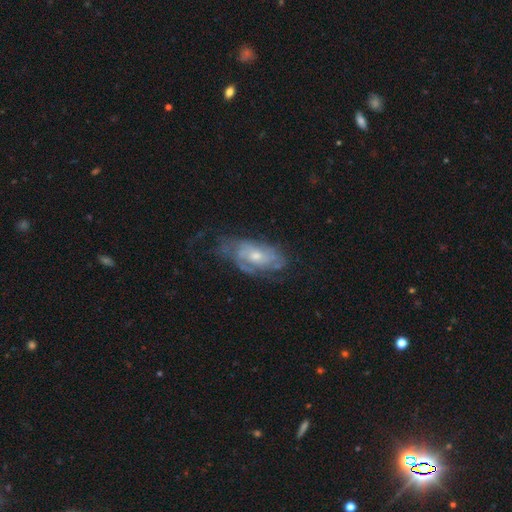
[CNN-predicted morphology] Smooth or featured: featured or disk — 74% (smooth — 19%)
Edge-on disk: no — 93% (yes — 7%)
Bar: no — 74% (weak — 22%)
Spiral arms: yes — 82% (no — 18%)
Spiral winding: tight — 51% (medium — 35%)
Spiral arm count: can't tell — 48% (2 — 28%)
Bulge size: moderate — 50% (small — 44%)
Merging: none — 54% (minor disturbance — 26%)